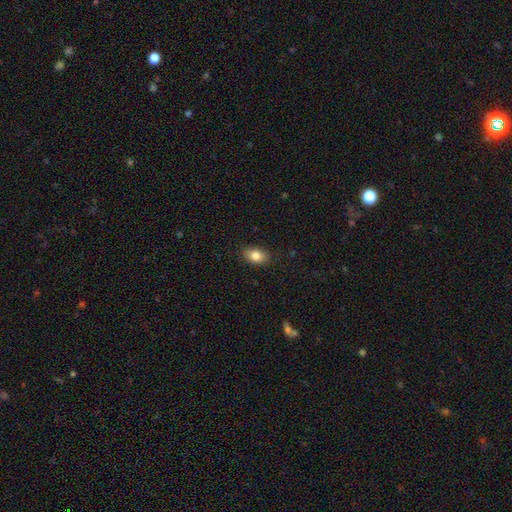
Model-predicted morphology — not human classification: smooth 83%, featured or disk 9%, star or artifact 8%. Down the decision tree: how rounded — in between (85%); merging — none (86%).